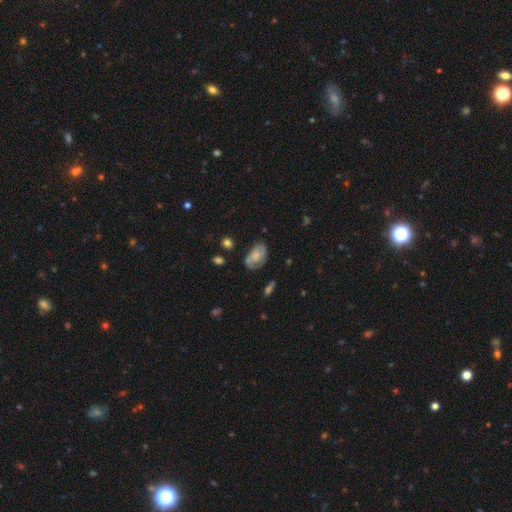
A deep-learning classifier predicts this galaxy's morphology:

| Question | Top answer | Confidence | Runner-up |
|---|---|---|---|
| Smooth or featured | smooth | 49% | featured or disk (43%) |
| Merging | none | 61% | minor disturbance (26%) |